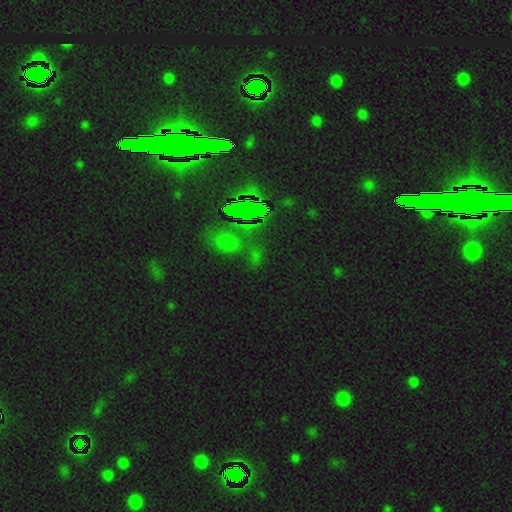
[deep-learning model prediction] This is likely a star or artifact rather than a galaxy (69%).